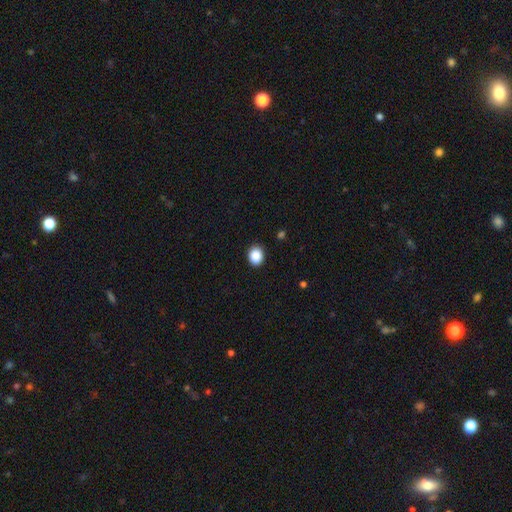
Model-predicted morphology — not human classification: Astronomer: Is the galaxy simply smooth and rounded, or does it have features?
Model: smooth — 89%.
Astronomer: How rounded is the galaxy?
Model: round — 53% (runner-up: in between, 46%).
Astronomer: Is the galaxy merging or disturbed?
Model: none — 90%.